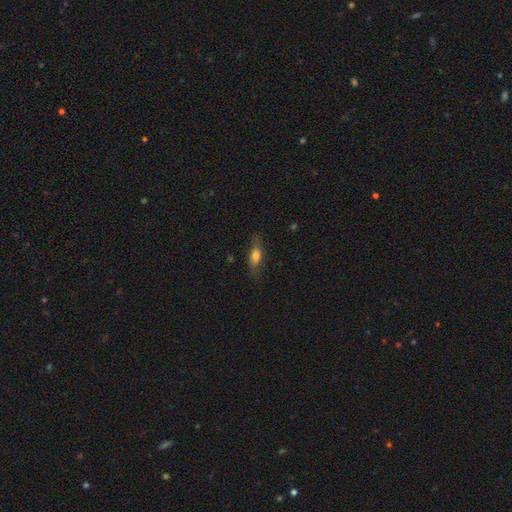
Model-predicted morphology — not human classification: smooth-or-featured: smooth: 65% | featured or disk: 27% | star or artifact: 8%
  how-rounded: in between: 62% | cigar-shaped: 34% | round: 4%
  merging: none: 74% | minor disturbance: 19% | major disturbance: 6% | merger: 1%